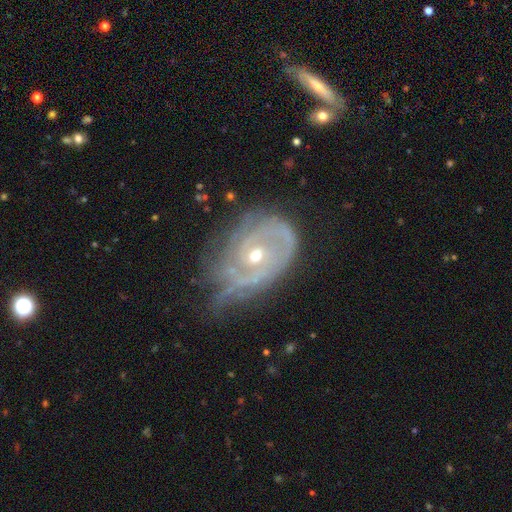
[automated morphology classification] smooth_or_featured: featured or disk (p=0.83) [alt: smooth p=0.10]
disk_edge_on: no (p=0.96) [alt: yes p=0.04]
bar: no (p=0.74) [alt: weak p=0.20]
has_spiral_arms: yes (p=0.86) [alt: no p=0.14]
spiral_winding: tight (p=0.66) [alt: medium p=0.25]
spiral_arm_count: can't tell (p=0.38) [alt: 2 p=0.31]
bulge_size: moderate (p=0.50) [alt: small p=0.47]
merging: none (p=0.44) [alt: minor disturbance p=0.32]